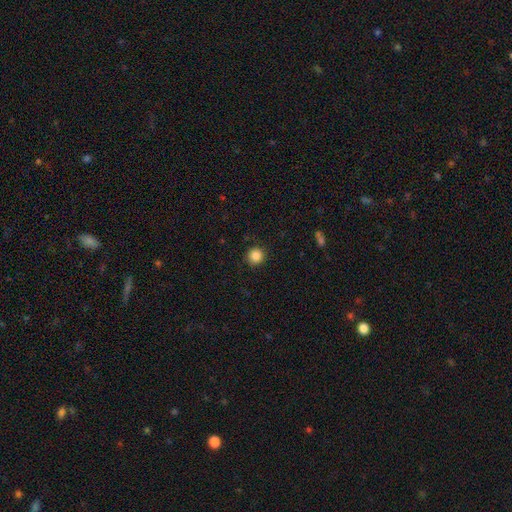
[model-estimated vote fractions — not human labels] smooth_or_featured: smooth (p=0.85) [alt: star or artifact p=0.11]
how_rounded: round (p=0.93) [alt: in between p=0.06]
merging: none (p=0.90) [alt: minor disturbance p=0.07]